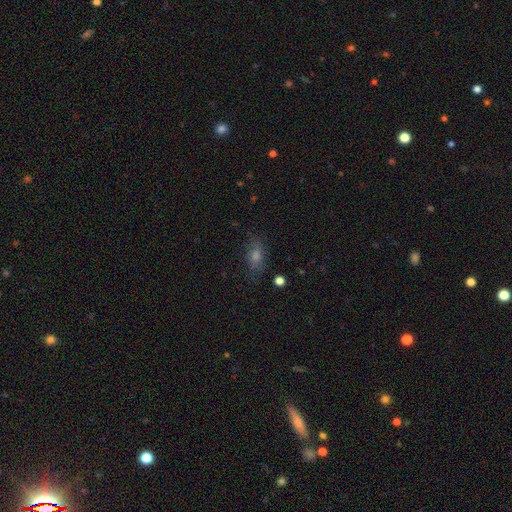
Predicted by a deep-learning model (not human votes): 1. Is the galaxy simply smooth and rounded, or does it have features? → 48% smooth, 27% featured or disk, 25% star or artifact.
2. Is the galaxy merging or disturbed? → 74% none, 17% minor disturbance, 7% major disturbance, 2% merger.